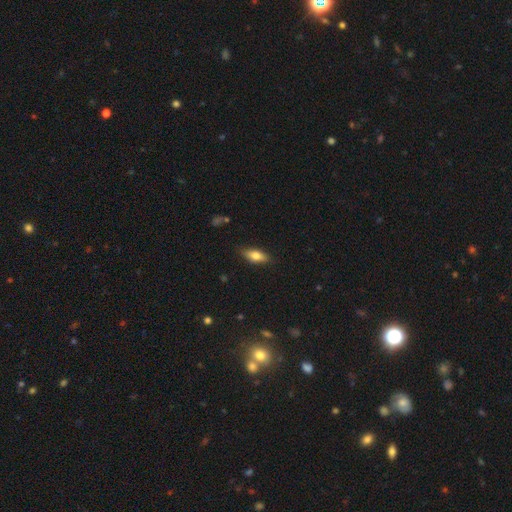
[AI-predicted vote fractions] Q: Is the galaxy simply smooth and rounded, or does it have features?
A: smooth — 73%.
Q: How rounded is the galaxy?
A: in between — 78%.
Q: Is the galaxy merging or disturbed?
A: none — 83%.